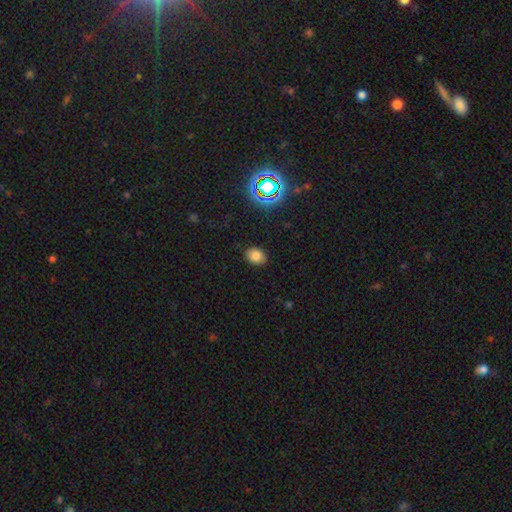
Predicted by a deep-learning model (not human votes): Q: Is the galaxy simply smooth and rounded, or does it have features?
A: smooth — 78%.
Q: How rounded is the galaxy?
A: in between — 68%.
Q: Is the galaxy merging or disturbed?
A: none — 85%.